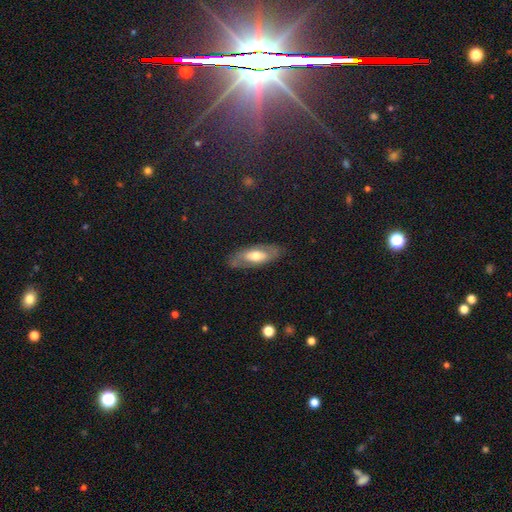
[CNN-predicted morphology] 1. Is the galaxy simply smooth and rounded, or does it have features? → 51% featured or disk, 43% smooth, 7% star or artifact.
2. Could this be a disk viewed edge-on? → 75% no, 25% yes.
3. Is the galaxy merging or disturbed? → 78% none, 16% minor disturbance, 5% major disturbance, 1% merger.